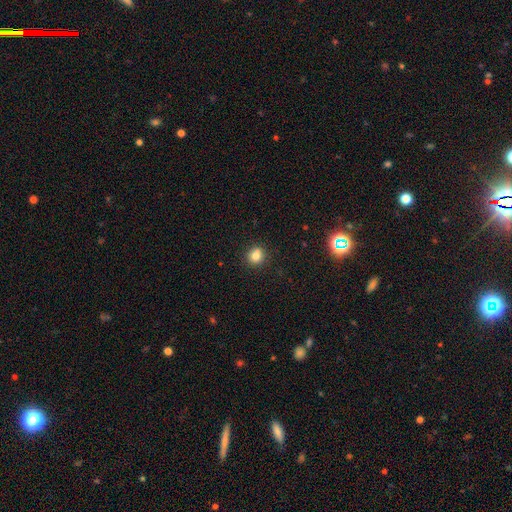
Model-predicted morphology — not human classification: smooth 80%, star or artifact 13%, featured or disk 8%. Down the decision tree: how rounded — round (88%); merging — none (79%).